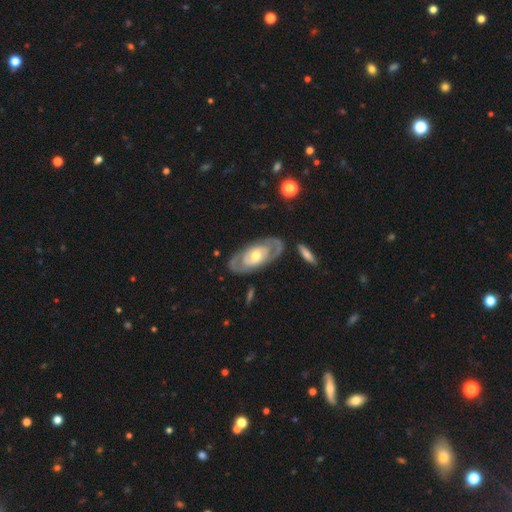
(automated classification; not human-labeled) Smooth or featured? Predicted: featured or disk (p=0.77). Edge-on disk? Predicted: no (p=0.91). Bar? Predicted: no (p=0.74). Spiral arms? Predicted: yes (p=0.63). Bulge size? Predicted: moderate (p=0.69). Merging? Predicted: none (p=0.79).